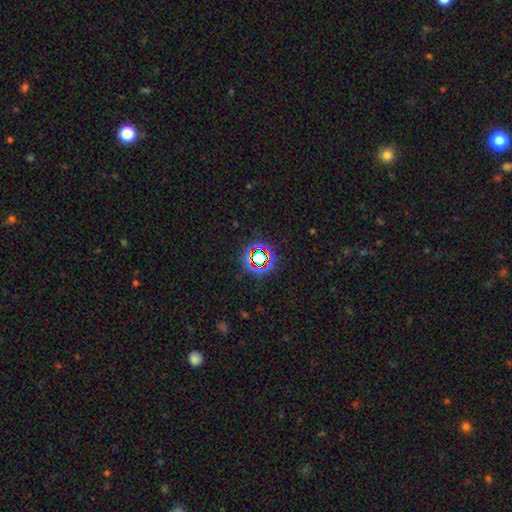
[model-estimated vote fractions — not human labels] star or artifact 73%, smooth 18%, featured or disk 10%.